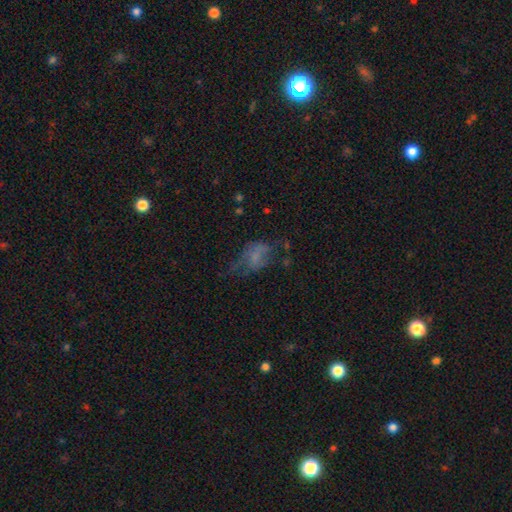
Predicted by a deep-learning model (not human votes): Q: Smooth or featured?
A: smooth (49%); runner-up: featured or disk (34%)
Q: Merging?
A: major disturbance (39%); runner-up: none (31%)